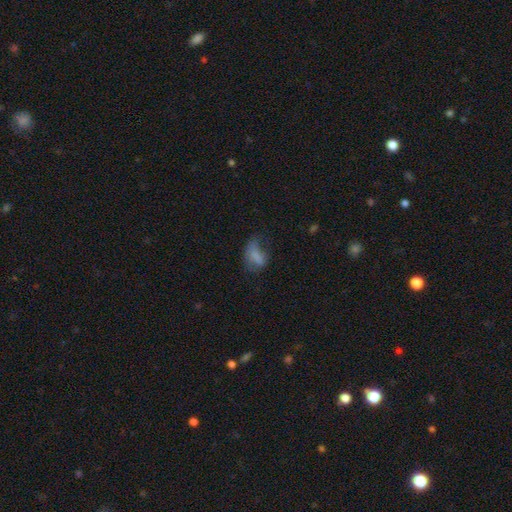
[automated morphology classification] Smooth or featured?
  - smooth: 65% *
  - featured or disk: 21%
  - star or artifact: 13%
How rounded?
  - in between: 86% *
  - round: 10%
  - cigar-shaped: 4%
Merging?
  - major disturbance: 41% *
  - minor disturbance: 28%
  - none: 27%
  - merger: 4%